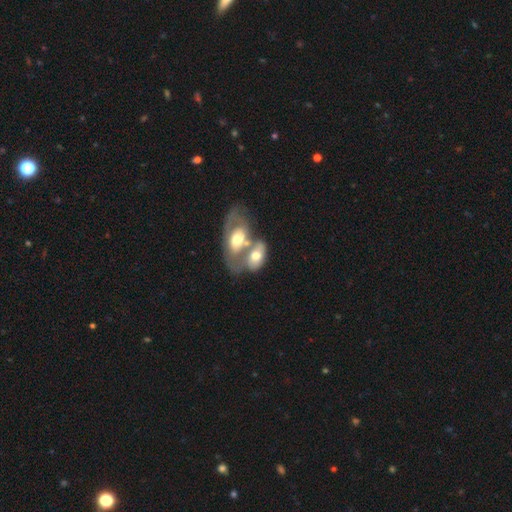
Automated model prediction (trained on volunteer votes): Smooth or featured? Predicted: smooth (p=0.49). Merging? Predicted: merger (p=0.70).